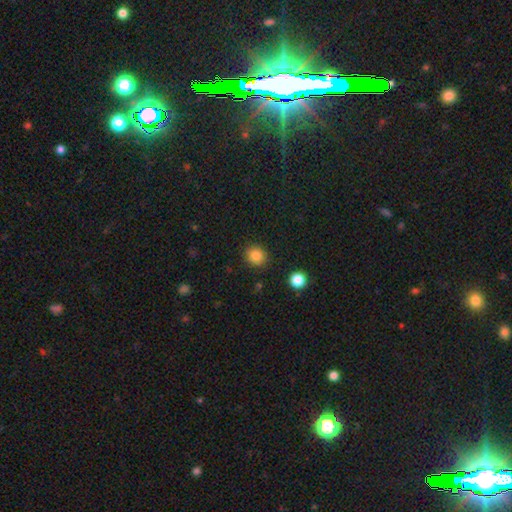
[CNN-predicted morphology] type=smooth (84%); roundness=round (84%); merging=none (89%).